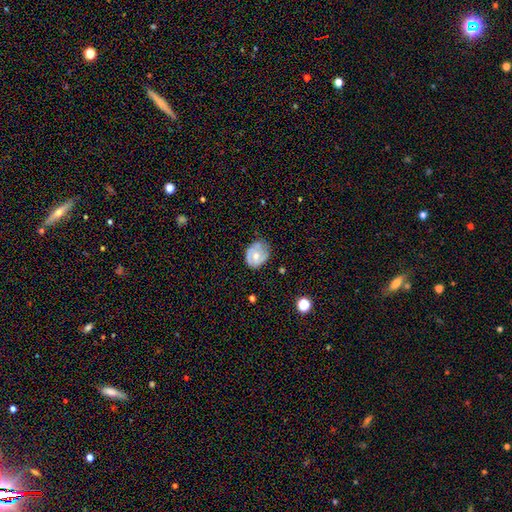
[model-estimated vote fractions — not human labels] Smooth or featured? featured or disk (52%)
Edge-on disk? no (97%)
Bar? no (69%)
Spiral arms? yes (66%)
Bulge size? moderate (63%)
Merging? none (59%)